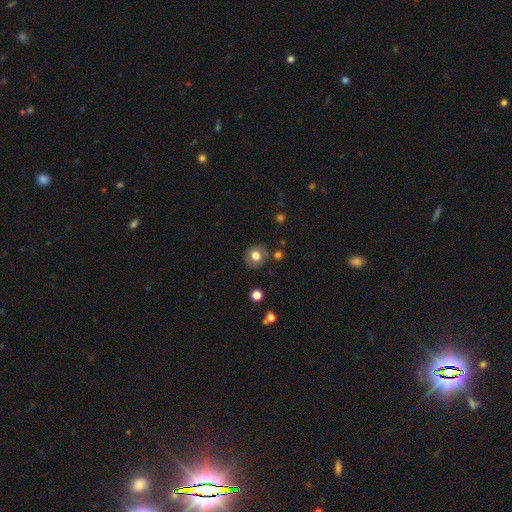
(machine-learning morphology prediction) A smooth galaxy with no disk features (72%) that is round (85%).

Vote fractions:
- Smooth or featured? smooth: 72% / featured or disk: 18% / star or artifact: 10%
- How rounded? round: 85% / in between: 14% / cigar-shaped: 1%
- Merging? none: 80% / minor disturbance: 12% / merger: 4% / major disturbance: 4%